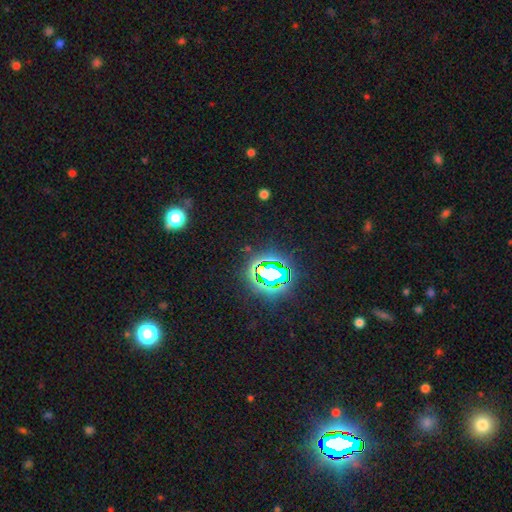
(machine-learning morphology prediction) This appears to be a star or artifact, not a galaxy (80%).